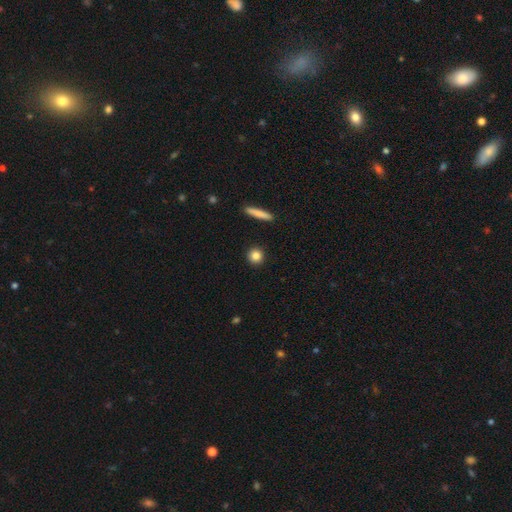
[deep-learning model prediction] Smooth or featured?
  - smooth: 85% *
  - star or artifact: 9%
  - featured or disk: 6%
How rounded?
  - round: 90% *
  - in between: 7%
  - cigar-shaped: 3%
Merging?
  - none: 92% *
  - minor disturbance: 5%
  - major disturbance: 2%
  - merger: 1%